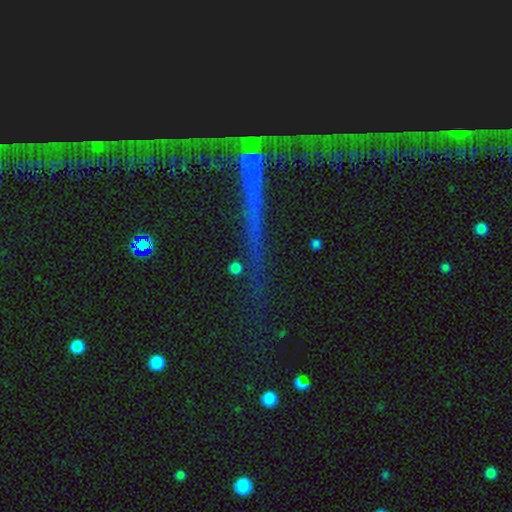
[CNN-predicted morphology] A star or artifact, not a galaxy (64%).